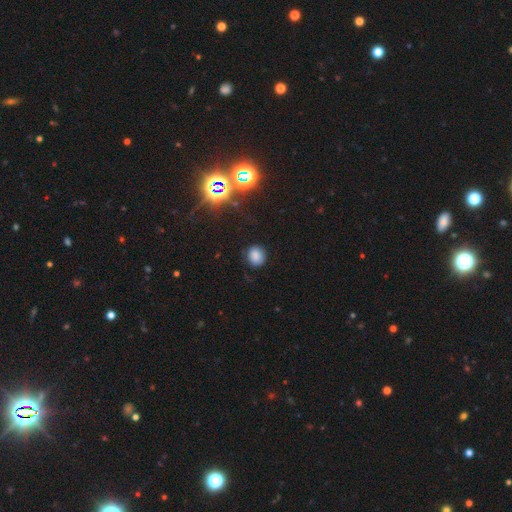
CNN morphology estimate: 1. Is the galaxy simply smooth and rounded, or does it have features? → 78% smooth, 16% star or artifact, 6% featured or disk.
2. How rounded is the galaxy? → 77% round, 22% in between, 1% cigar-shaped.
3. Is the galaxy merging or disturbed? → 84% none, 11% minor disturbance, 3% major disturbance, 1% merger.